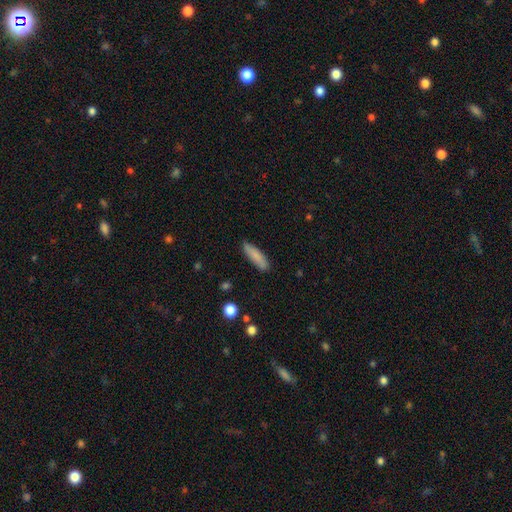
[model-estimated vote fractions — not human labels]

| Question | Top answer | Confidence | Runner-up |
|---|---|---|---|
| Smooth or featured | smooth | 85% | featured or disk (9%) |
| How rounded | cigar-shaped | 67% | in between (32%) |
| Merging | none | 84% | minor disturbance (12%) |